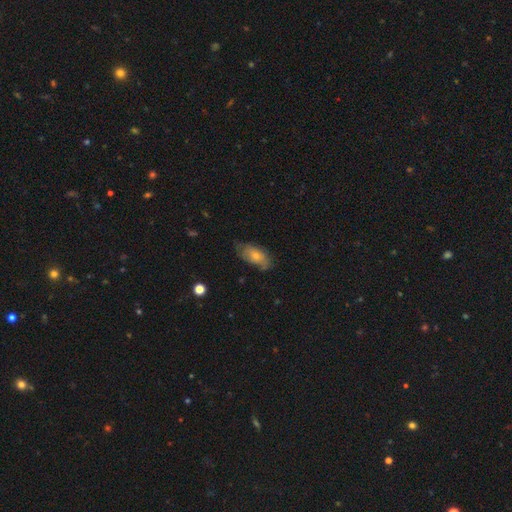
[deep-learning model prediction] The model was most divided on "smooth or featured": smooth: 49%, featured or disk: 42%, star or artifact: 9%. More confident: merging — none (69%).